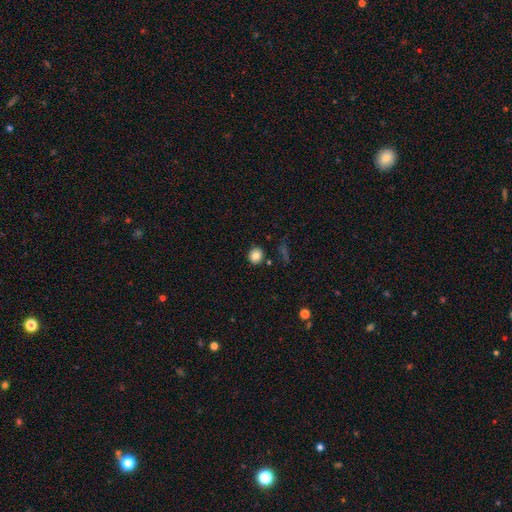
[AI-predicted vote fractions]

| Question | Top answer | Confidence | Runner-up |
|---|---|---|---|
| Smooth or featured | smooth | 85% | star or artifact (10%) |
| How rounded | round | 77% | in between (22%) |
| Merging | none | 83% | minor disturbance (11%) |